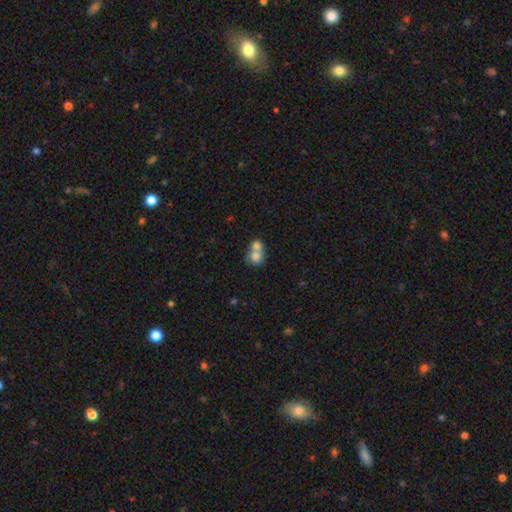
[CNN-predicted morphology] Smooth or featured: smooth — 75% (featured or disk — 16%)
How rounded: round — 76% (in between — 23%)
Merging: merger — 67% (none — 25%)